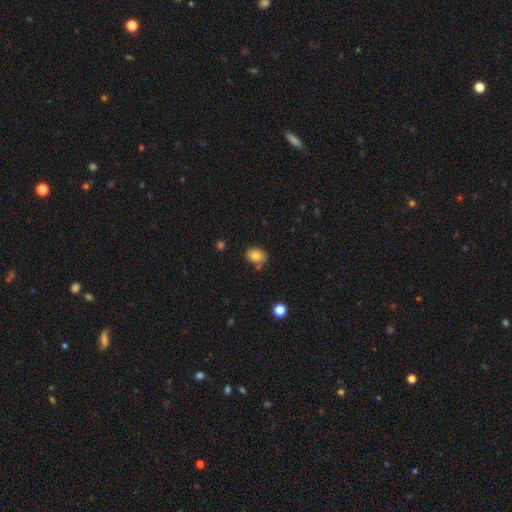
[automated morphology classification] smooth 82%, star or artifact 10%, featured or disk 9%. Down the decision tree: how rounded — in between (63%); merging — none (77%).